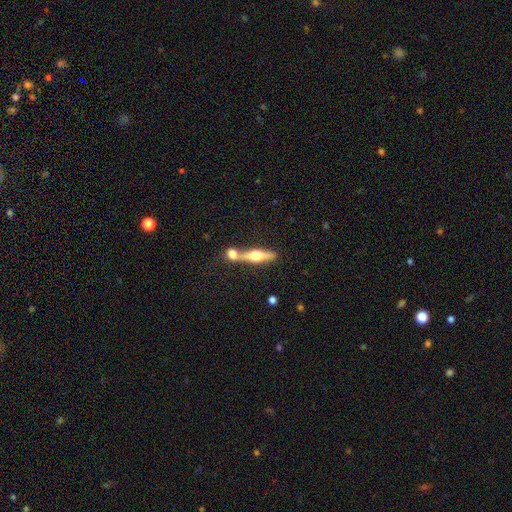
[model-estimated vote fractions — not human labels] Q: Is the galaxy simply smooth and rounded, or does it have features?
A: featured or disk — 57%.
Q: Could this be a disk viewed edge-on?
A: yes — 92%.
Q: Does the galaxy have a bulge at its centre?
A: rounded — 93%.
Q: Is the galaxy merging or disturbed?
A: none — 48%.